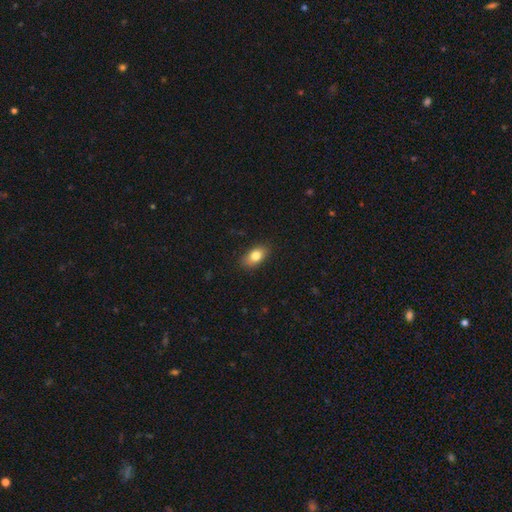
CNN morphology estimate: Smooth or featured? smooth (79%)
How rounded? in between (86%)
Merging? none (85%)